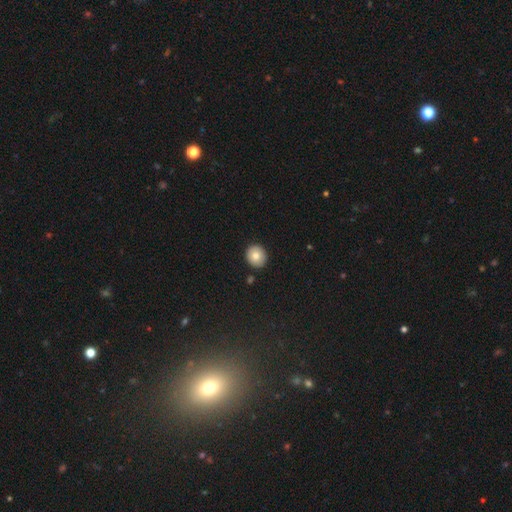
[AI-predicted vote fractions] This is clearly a smooth galaxy (80%). How rounded: clearly round (80%). Merging: clearly none (90%).